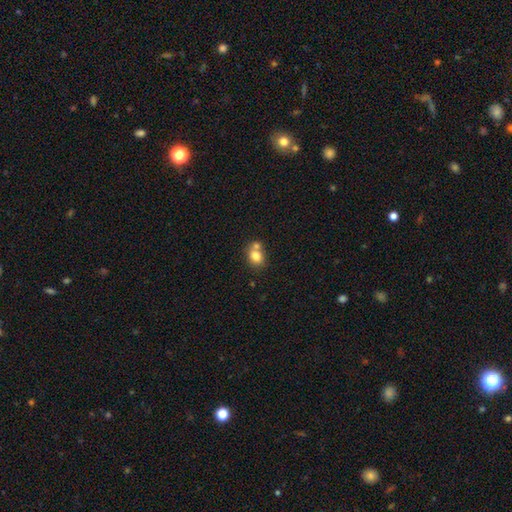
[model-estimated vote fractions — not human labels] smooth 79%, featured or disk 11%, star or artifact 10%. Down the decision tree: how rounded — round (53%); merging — none (44%).